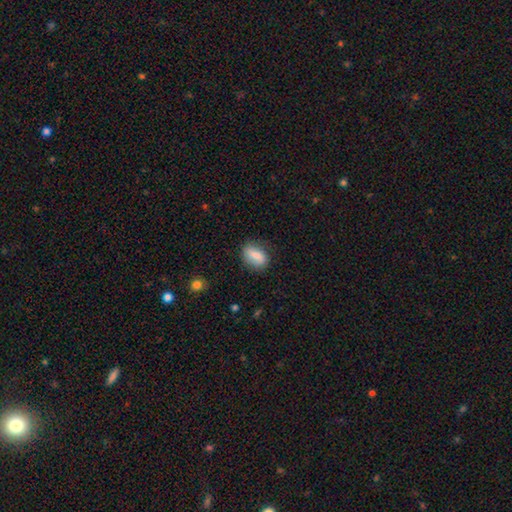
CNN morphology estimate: Smooth or featured?
  - smooth: 76% *
  - featured or disk: 16%
  - star or artifact: 8%
How rounded?
  - in between: 81% *
  - round: 15%
  - cigar-shaped: 4%
Merging?
  - none: 75% *
  - minor disturbance: 19%
  - major disturbance: 5%
  - merger: 2%